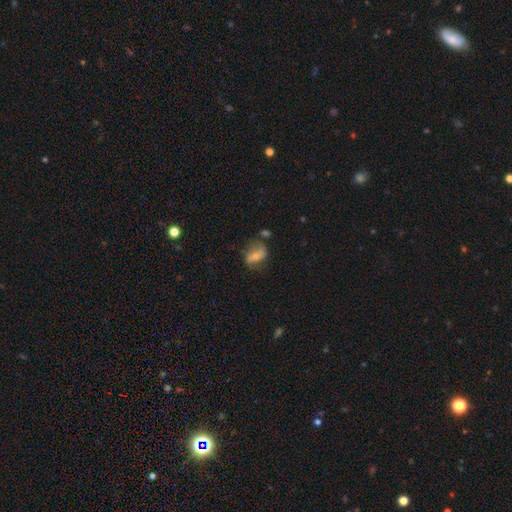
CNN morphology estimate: Smooth or featured? Predicted: smooth (p=0.46). Merging? Predicted: none (p=0.54).